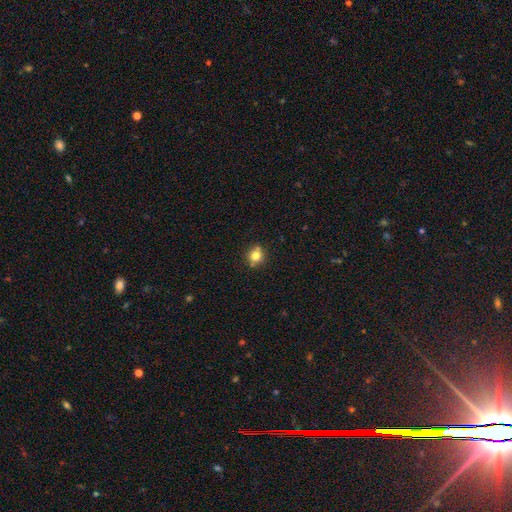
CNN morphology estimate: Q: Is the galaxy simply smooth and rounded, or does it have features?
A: smooth — 78%.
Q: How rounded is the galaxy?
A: round — 87%.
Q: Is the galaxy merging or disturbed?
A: none — 76%.